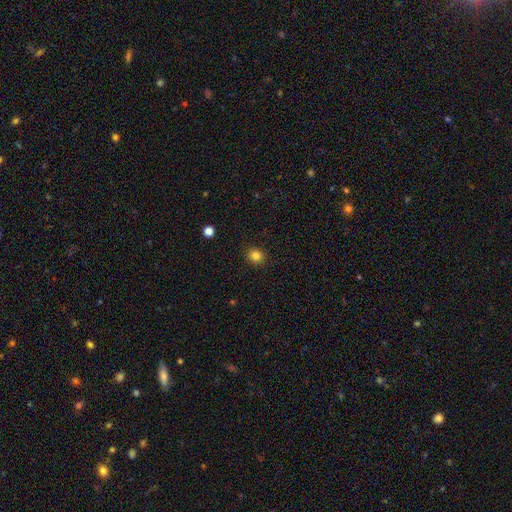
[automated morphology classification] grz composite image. It shows a smooth galaxy with no disk features (83%) that is round (80%). Merging: none (91%).